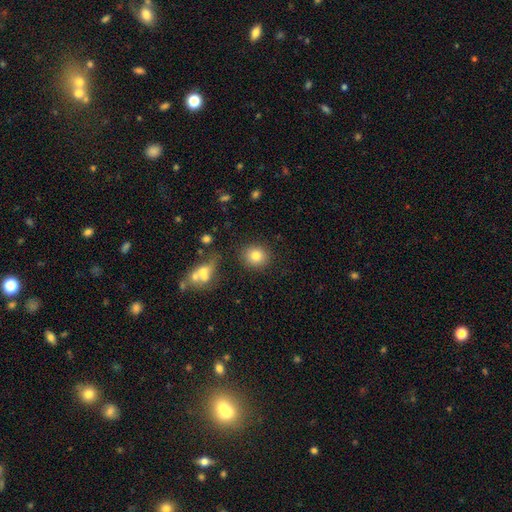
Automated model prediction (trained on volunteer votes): A smooth galaxy with no disk features (80%) that is round (81%).

Vote fractions:
- Smooth or featured? smooth: 80% / star or artifact: 11% / featured or disk: 9%
- How rounded? round: 81% / in between: 18% / cigar-shaped: 1%
- Merging? none: 85% / minor disturbance: 8% / merger: 4% / major disturbance: 3%